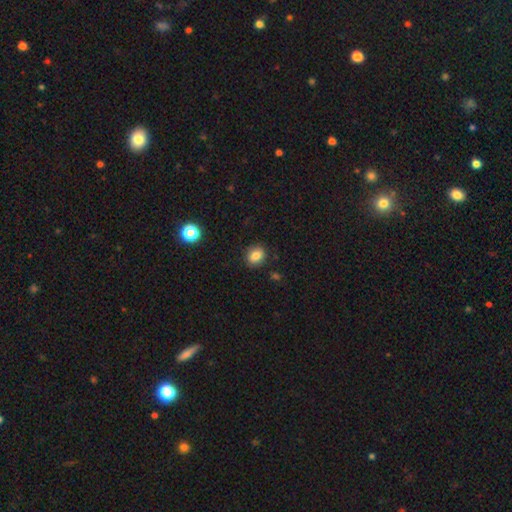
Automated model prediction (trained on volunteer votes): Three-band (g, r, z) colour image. It shows a smooth galaxy with no disk features (82%) that is round (56%). Merging: none (88%).